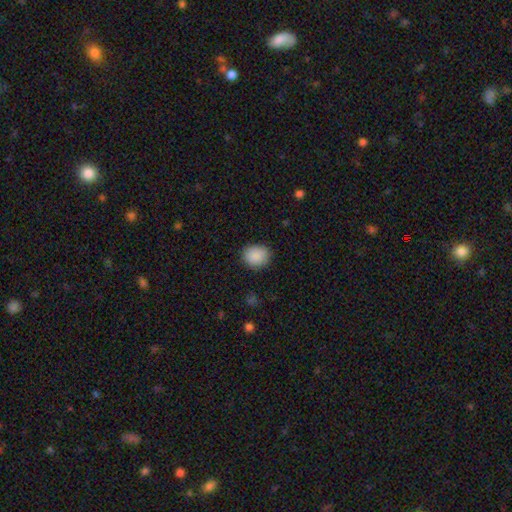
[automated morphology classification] Smooth or featured? smooth (89%)
How rounded? round (67%)
Merging? none (87%)